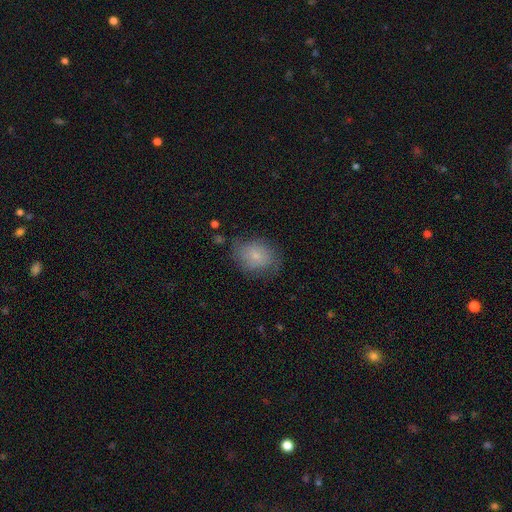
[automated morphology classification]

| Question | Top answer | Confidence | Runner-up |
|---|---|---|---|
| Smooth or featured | smooth | 69% | featured or disk (22%) |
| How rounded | in between | 56% | round (43%) |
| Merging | none | 64% | minor disturbance (25%) |